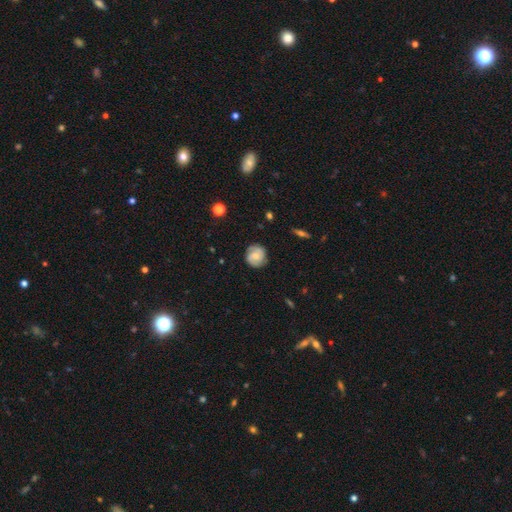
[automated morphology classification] This appears to be a featured or disk galaxy (56%) with no bar (59%), 2 (70%) tight (51%) spiral arms (92%) and a small central bulge (41%). Merging: none (81%).